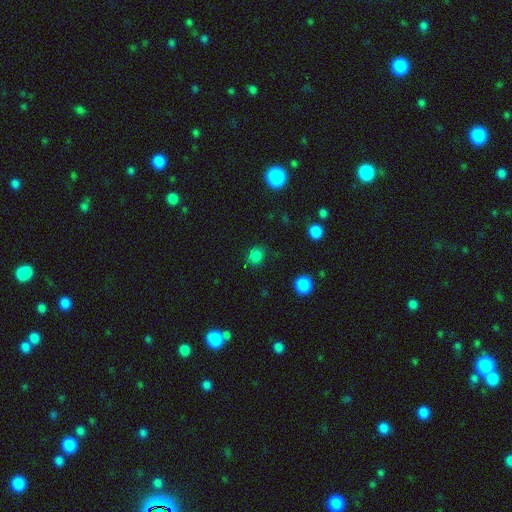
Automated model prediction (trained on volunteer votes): This is clearly a smooth galaxy (82%). How rounded: likely round (77%). Merging: clearly none (85%).